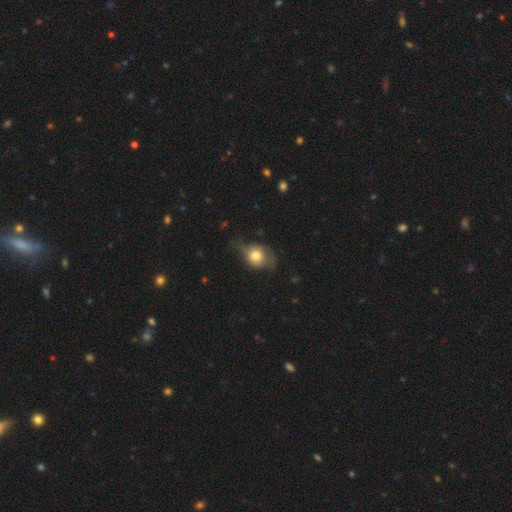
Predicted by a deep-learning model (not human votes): Smooth or featured: smooth — 70% (featured or disk — 21%)
How rounded: round — 56% (in between — 42%)
Merging: minor disturbance — 37% (none — 36%)